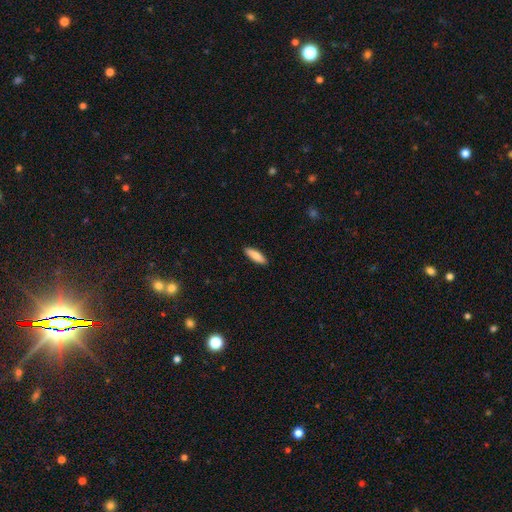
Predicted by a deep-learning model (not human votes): Smooth or featured? smooth (85%)
How rounded? cigar-shaped (51%)
Merging? none (90%)